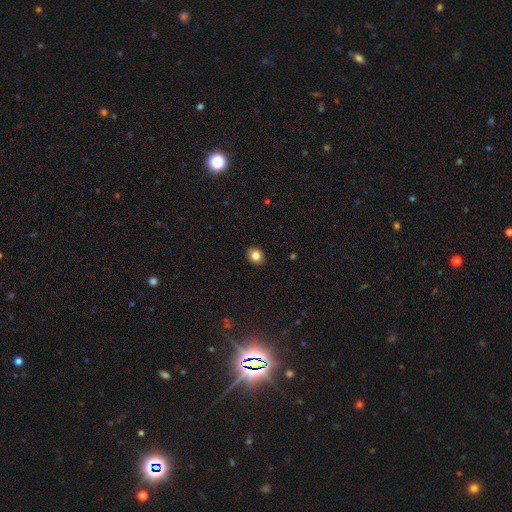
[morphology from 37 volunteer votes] Q: Smooth or featured?
A: smooth (86%); runner-up: featured or disk (11%)
Q: How rounded?
A: round (62%); runner-up: in between (38%)
Q: Merging?
A: none (78%); runner-up: minor disturbance (19%)